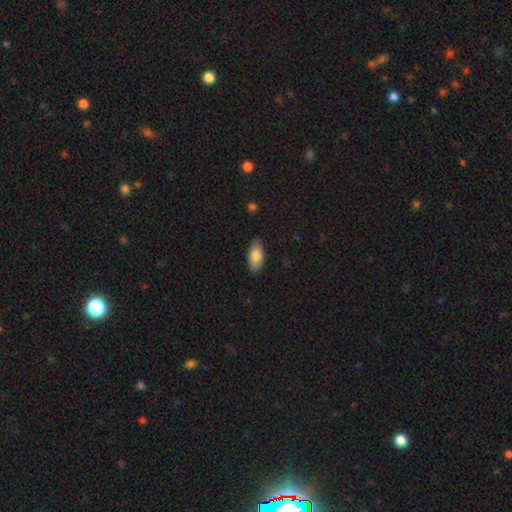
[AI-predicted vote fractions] A smooth galaxy with no disk features (82%) that is in between round and cigar-shaped (89%).

Vote fractions:
- Smooth or featured? smooth: 82% / featured or disk: 12% / star or artifact: 6%
- How rounded? in between: 89% / cigar-shaped: 8% / round: 2%
- Merging? none: 87% / minor disturbance: 10% / major disturbance: 2% / merger: 1%